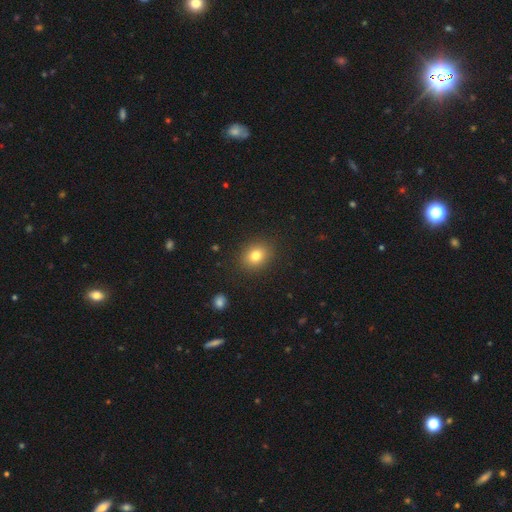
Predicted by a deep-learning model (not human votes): Smooth or featured? smooth (79%)
How rounded? round (58%)
Merging? none (89%)